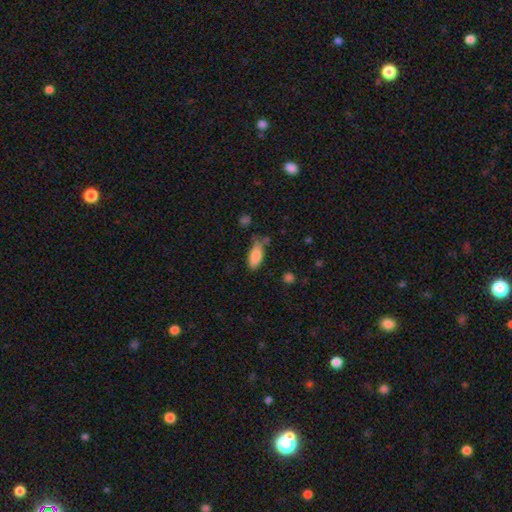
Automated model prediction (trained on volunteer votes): A smooth galaxy with no disk features (85%) that is in between round and cigar-shaped (84%). Merging: none (58%).